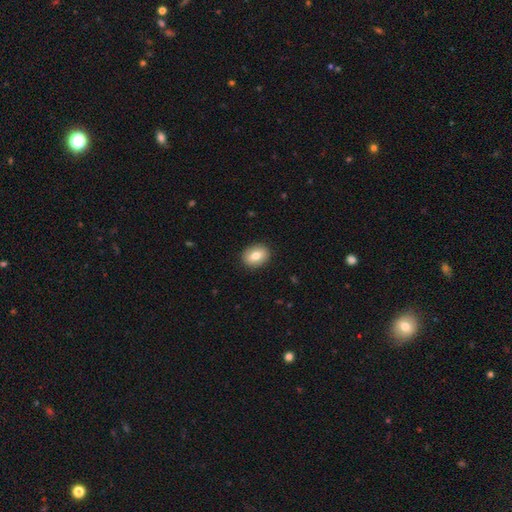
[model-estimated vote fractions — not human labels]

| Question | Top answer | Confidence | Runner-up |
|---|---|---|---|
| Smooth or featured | smooth | 79% | featured or disk (14%) |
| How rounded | in between | 61% | round (38%) |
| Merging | none | 90% | minor disturbance (7%) |